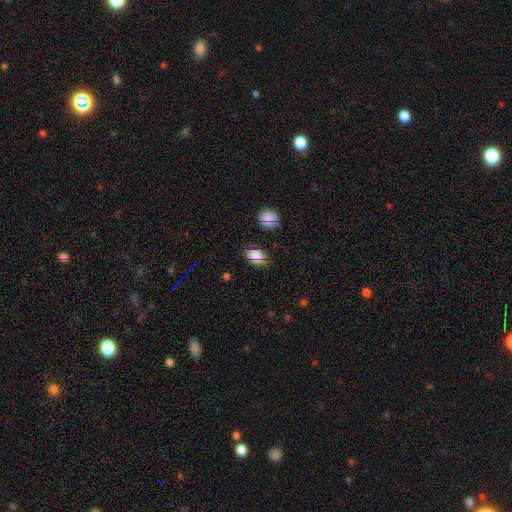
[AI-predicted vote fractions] Smooth or featured?
  - smooth: 75% *
  - star or artifact: 17%
  - featured or disk: 9%
How rounded?
  - in between: 84% *
  - round: 14%
  - cigar-shaped: 2%
Merging?
  - none: 78% *
  - minor disturbance: 16%
  - major disturbance: 4%
  - merger: 2%